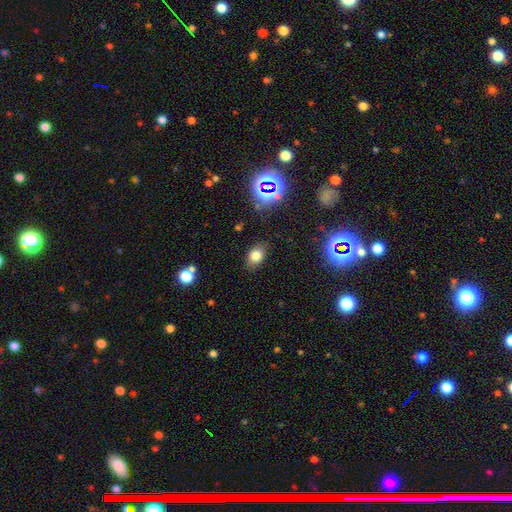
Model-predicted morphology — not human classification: type=smooth (76%); roundness=in between (77%); merging=none (82%).